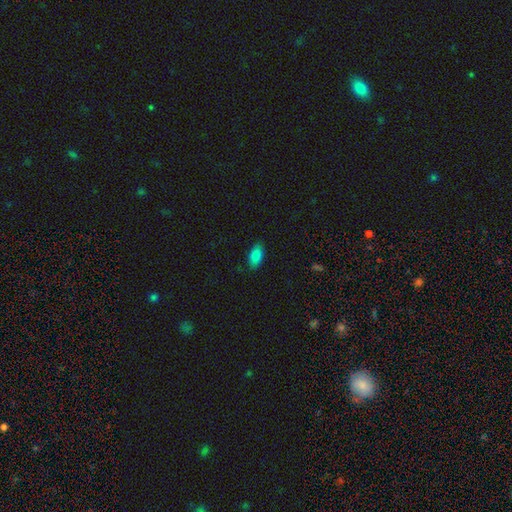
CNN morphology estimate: smooth-or-featured: smooth: 85% | star or artifact: 8% | featured or disk: 7%
  how-rounded: in between: 91% | cigar-shaped: 5% | round: 3%
  merging: none: 86% | minor disturbance: 11% | major disturbance: 2% | merger: 1%